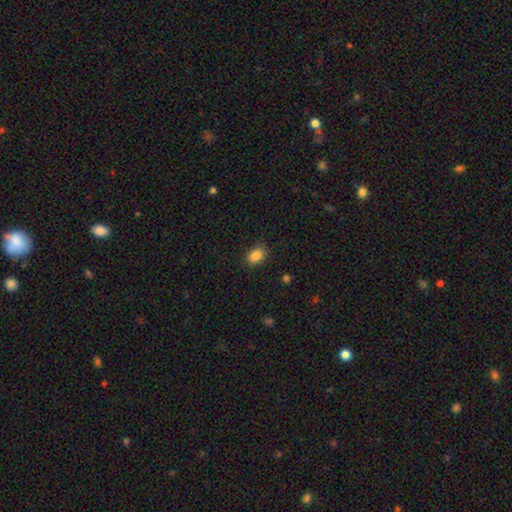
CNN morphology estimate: Overall: smooth (87%). How rounded: in between (79%). Merging: none (85%).